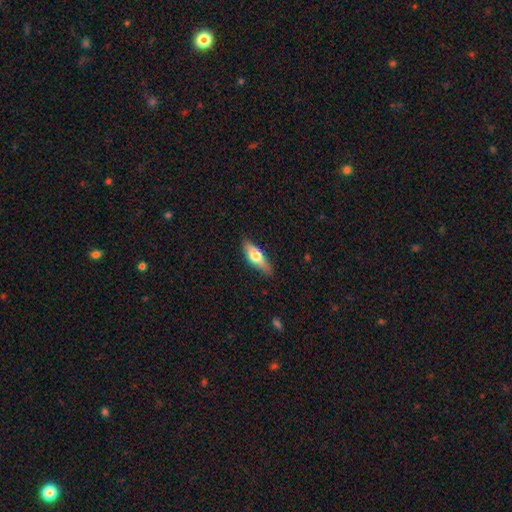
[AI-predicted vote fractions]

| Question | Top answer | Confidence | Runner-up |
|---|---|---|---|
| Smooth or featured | smooth | 57% | featured or disk (37%) |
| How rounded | in between | 57% | cigar-shaped (40%) |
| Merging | none | 80% | minor disturbance (16%) |